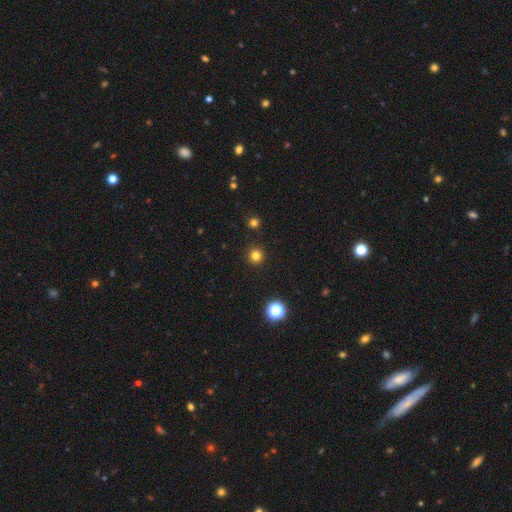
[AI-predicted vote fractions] A smooth galaxy with no disk features (80%) that is round (96%). Merging: none (93%).